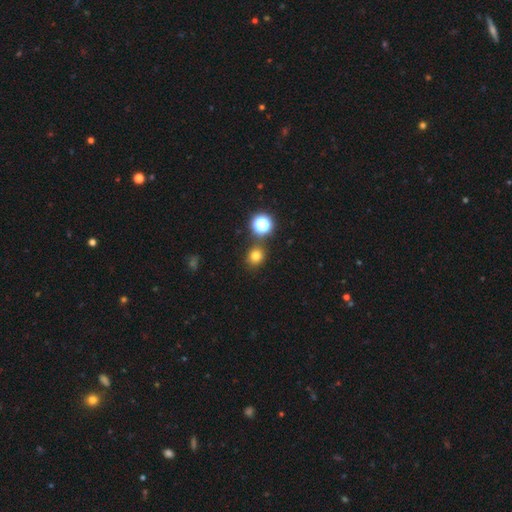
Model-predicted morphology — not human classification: Smooth or featured? Predicted: smooth (p=0.75). How rounded? Predicted: round (p=0.80). Merging? Predicted: none (p=0.80).